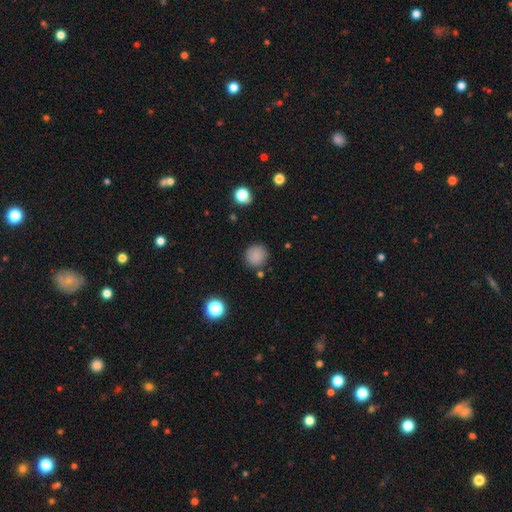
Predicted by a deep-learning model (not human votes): Smooth or featured? smooth (84%)
How rounded? round (91%)
Merging? none (85%)